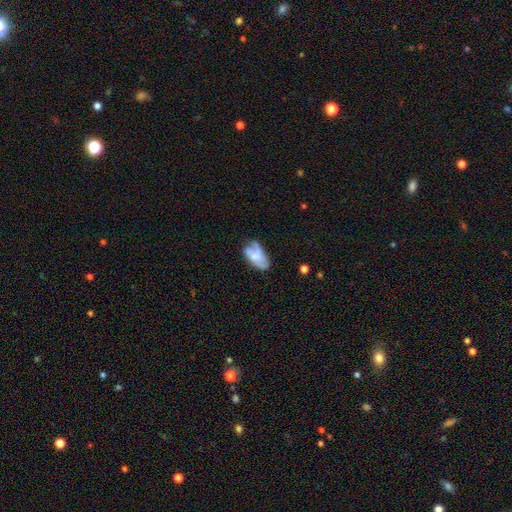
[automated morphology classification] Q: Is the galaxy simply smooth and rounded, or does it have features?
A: smooth — 53%.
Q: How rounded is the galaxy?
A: in between — 92%.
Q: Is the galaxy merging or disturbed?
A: none — 42%.